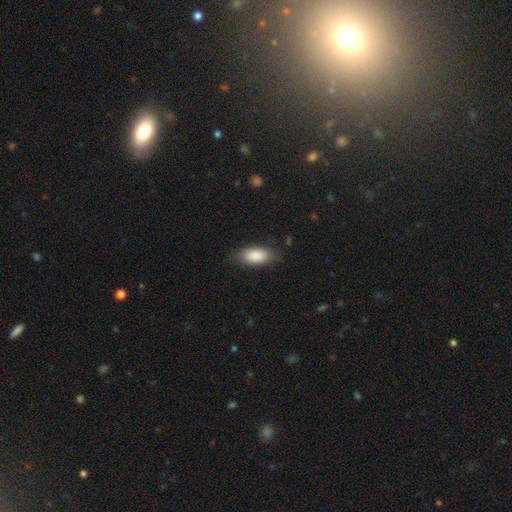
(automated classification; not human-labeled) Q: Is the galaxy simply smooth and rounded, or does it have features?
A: smooth — 88%.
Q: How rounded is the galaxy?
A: in between — 88%.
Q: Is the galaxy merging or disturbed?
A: none — 80%.